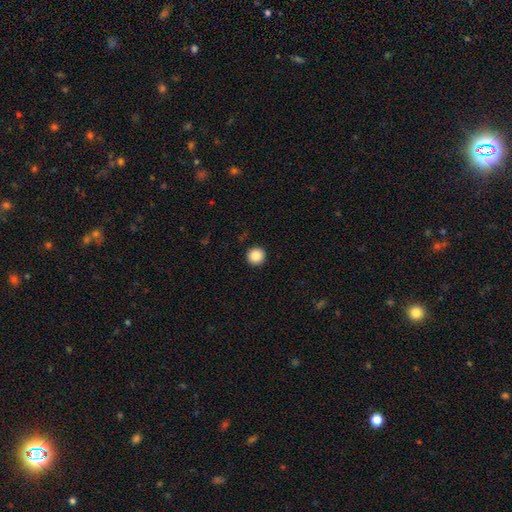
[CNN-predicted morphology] smooth_or_featured: smooth (p=0.87) [alt: star or artifact p=0.09]
how_rounded: round (p=0.96) [alt: in between p=0.03]
merging: none (p=0.93) [alt: minor disturbance p=0.04]